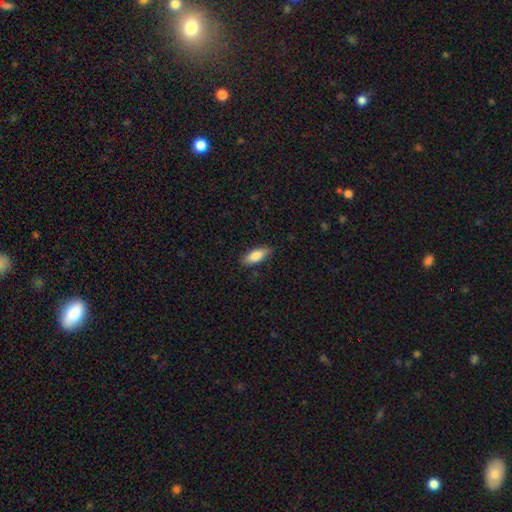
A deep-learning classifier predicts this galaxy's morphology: A smooth galaxy with no disk features (84%) that is in between round and cigar-shaped (74%). Merging: none (84%).